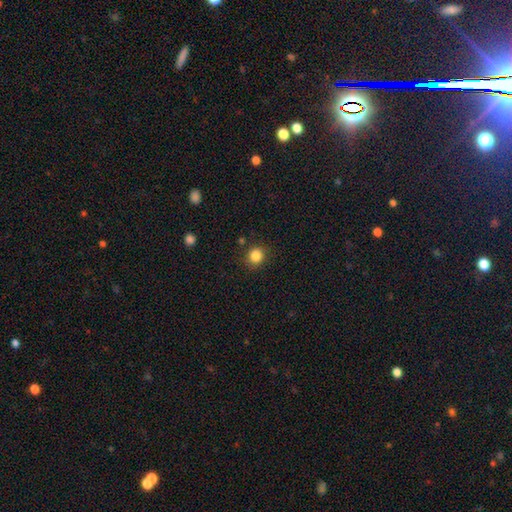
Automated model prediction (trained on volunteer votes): smooth_or_featured: smooth (p=0.84) [alt: star or artifact p=0.11]
how_rounded: round (p=0.86) [alt: in between p=0.13]
merging: none (p=0.86) [alt: minor disturbance p=0.09]